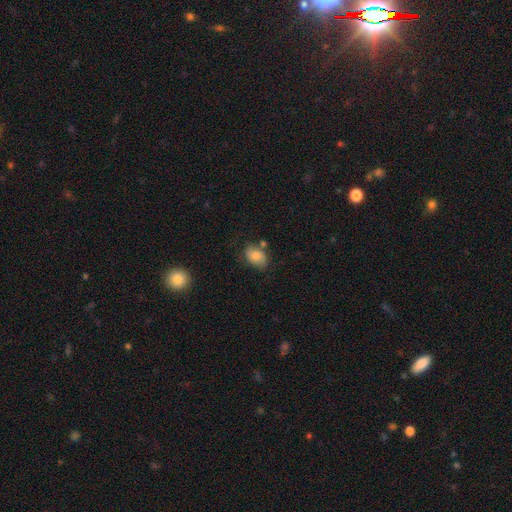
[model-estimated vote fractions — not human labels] This is likely a smooth galaxy (76%). How rounded: clearly in between (81%). Merging: likely none (65%).